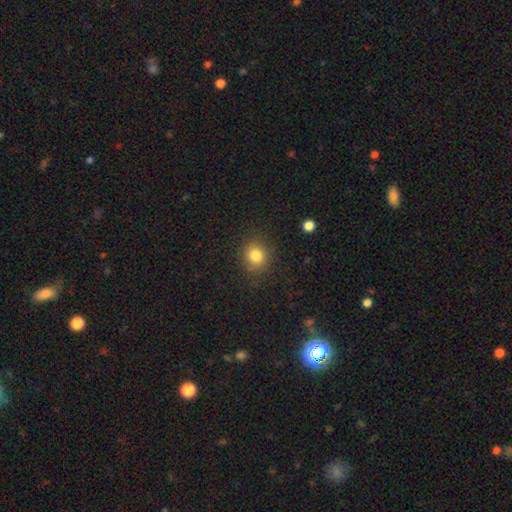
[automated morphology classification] A smooth galaxy with no disk features (82%) that is round (80%).

Vote fractions:
- Smooth or featured? smooth: 82% / star or artifact: 12% / featured or disk: 6%
- How rounded? round: 80% / in between: 19% / cigar-shaped: 1%
- Merging? none: 84% / minor disturbance: 11% / major disturbance: 4% / merger: 1%